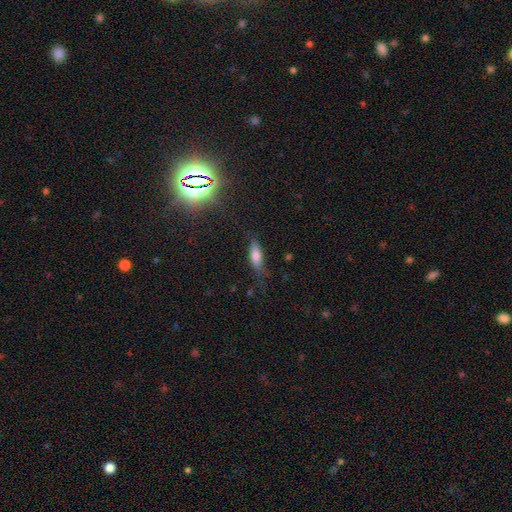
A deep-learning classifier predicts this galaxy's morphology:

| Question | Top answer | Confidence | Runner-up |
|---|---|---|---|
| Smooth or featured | smooth | 73% | featured or disk (17%) |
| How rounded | in between | 61% | cigar-shaped (37%) |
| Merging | none | 73% | minor disturbance (20%) |